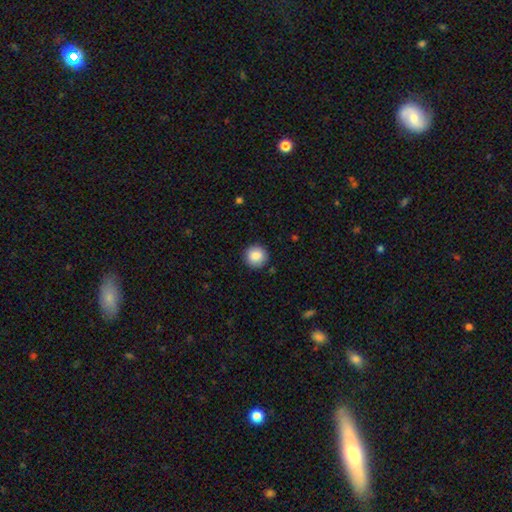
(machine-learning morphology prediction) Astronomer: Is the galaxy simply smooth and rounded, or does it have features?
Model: smooth — 87%.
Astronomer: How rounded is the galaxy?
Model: round — 95%.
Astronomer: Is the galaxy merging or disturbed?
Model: none — 91%.